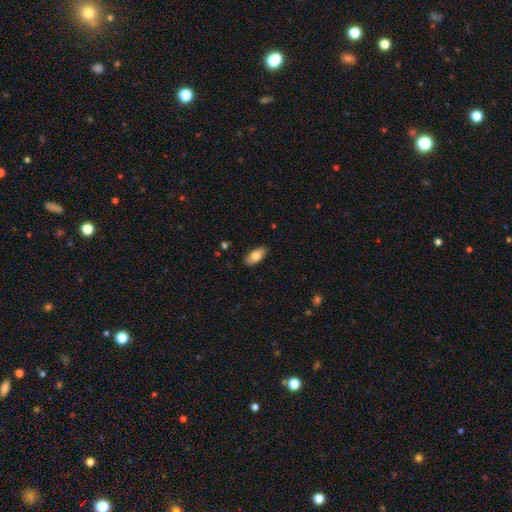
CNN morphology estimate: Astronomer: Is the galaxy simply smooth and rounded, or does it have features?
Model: smooth — 79%.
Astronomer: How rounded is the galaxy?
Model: in between — 88%.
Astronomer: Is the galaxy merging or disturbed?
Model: none — 86%.